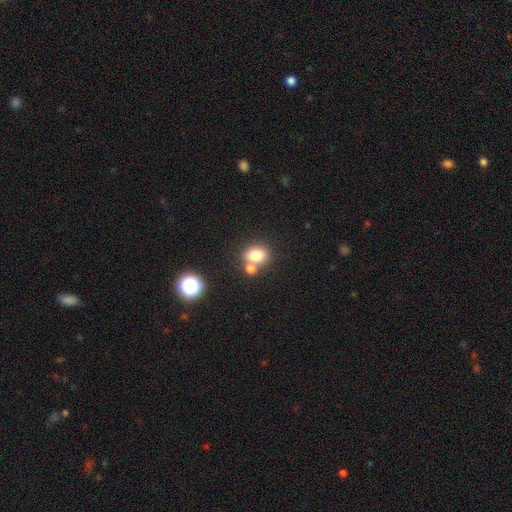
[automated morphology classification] This is likely a smooth galaxy (78%). How rounded: possibly in between (52%). Merging: possibly none (53%).